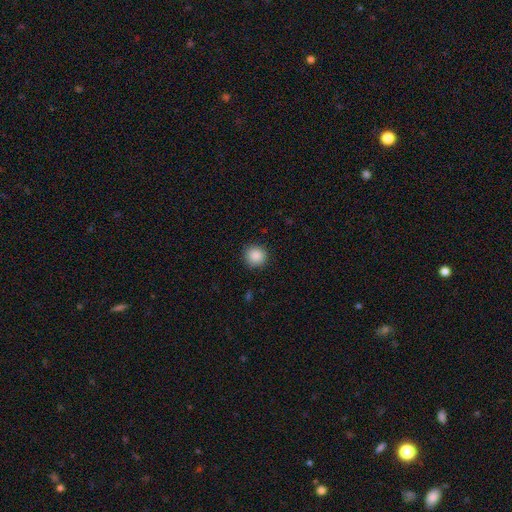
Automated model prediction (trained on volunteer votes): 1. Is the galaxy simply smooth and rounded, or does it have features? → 88% smooth, 9% star or artifact, 3% featured or disk.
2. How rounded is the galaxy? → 94% round, 5% in between, 1% cigar-shaped.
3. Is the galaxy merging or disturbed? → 91% none, 6% minor disturbance, 2% major disturbance, 1% merger.